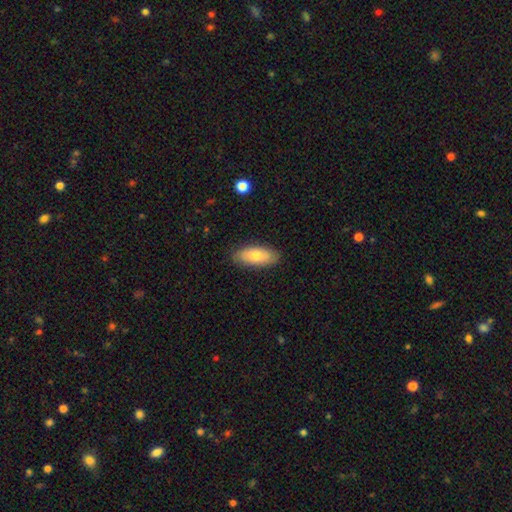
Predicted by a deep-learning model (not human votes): smooth-or-featured: smooth: 71% | featured or disk: 23% | star or artifact: 6%
  how-rounded: in between: 84% | cigar-shaped: 13% | round: 3%
  merging: none: 86% | minor disturbance: 11% | major disturbance: 2% | merger: 1%